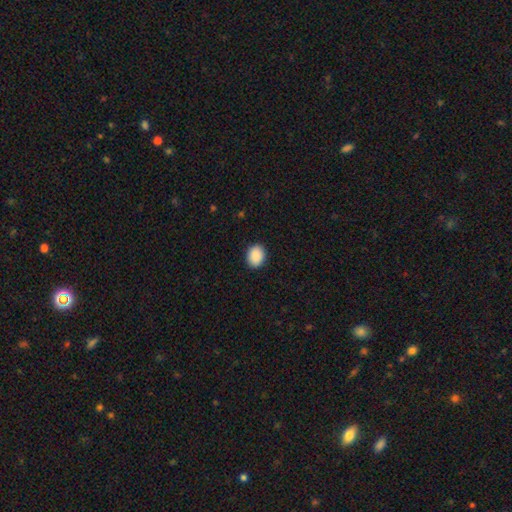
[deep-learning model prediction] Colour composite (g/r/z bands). It shows a smooth galaxy with no disk features (91%) that is in between round and cigar-shaped (60%). Merging: none (91%).